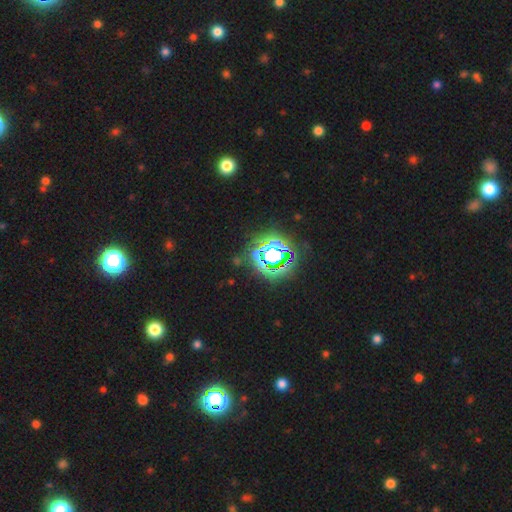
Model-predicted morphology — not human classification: The model was most divided on "smooth or featured": star or artifact: 81%, smooth: 13%, featured or disk: 7%.